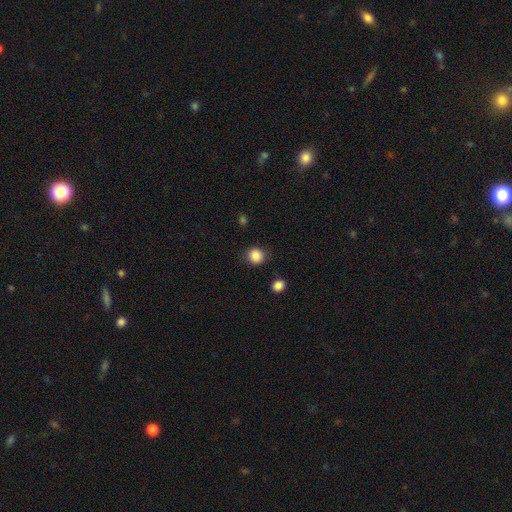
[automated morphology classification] Smooth or featured? Predicted: smooth (p=0.87). How rounded? Predicted: round (p=0.89). Merging? Predicted: none (p=0.88).